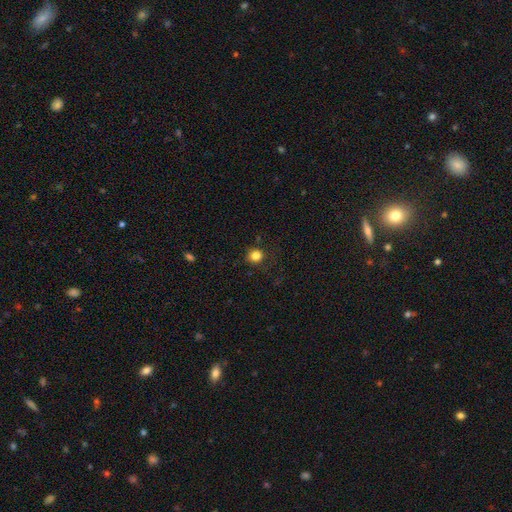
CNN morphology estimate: A smooth galaxy with no disk features (83%) that is round (87%).

Vote fractions:
- Smooth or featured? smooth: 83% / star or artifact: 12% / featured or disk: 5%
- How rounded? round: 87% / in between: 12% / cigar-shaped: 1%
- Merging? none: 83% / minor disturbance: 11% / major disturbance: 4% / merger: 1%